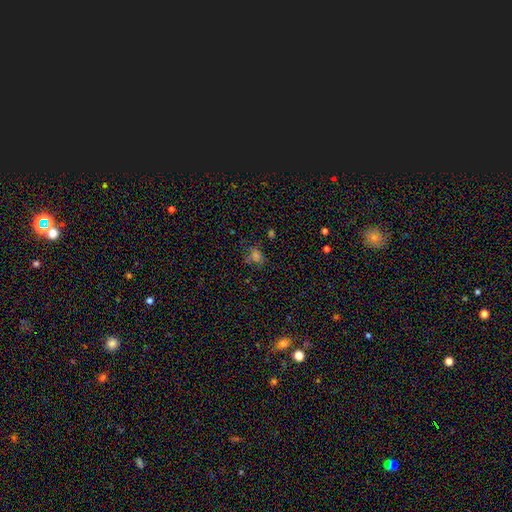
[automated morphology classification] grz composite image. It shows a smooth galaxy with no disk features (52%) that is round (54%). Merging: none (65%).